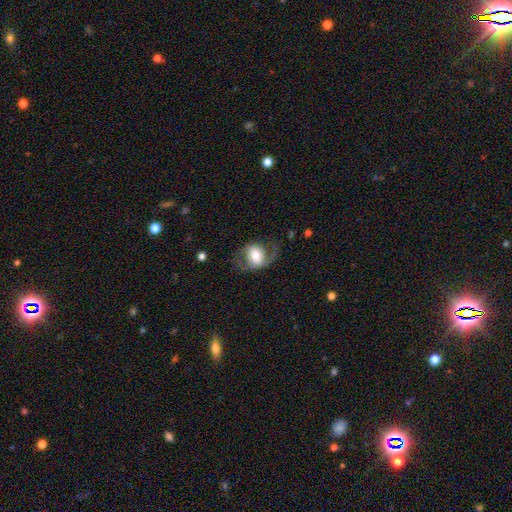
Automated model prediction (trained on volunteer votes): Overall: featured or disk (48%; smooth 45%). Merging: none (53%; major disturbance 25%).